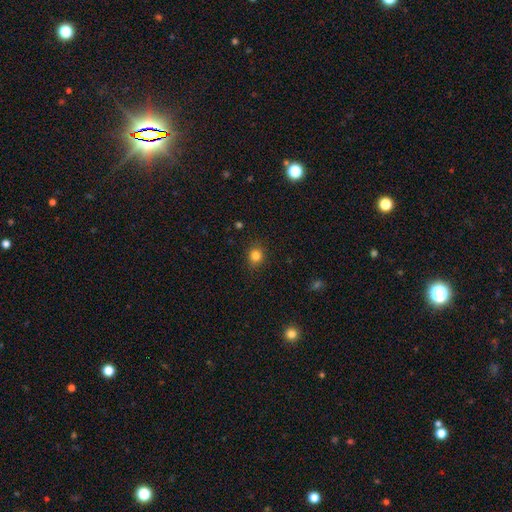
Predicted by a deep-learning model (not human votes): Smooth or featured? smooth (82%)
How rounded? round (77%)
Merging? none (86%)